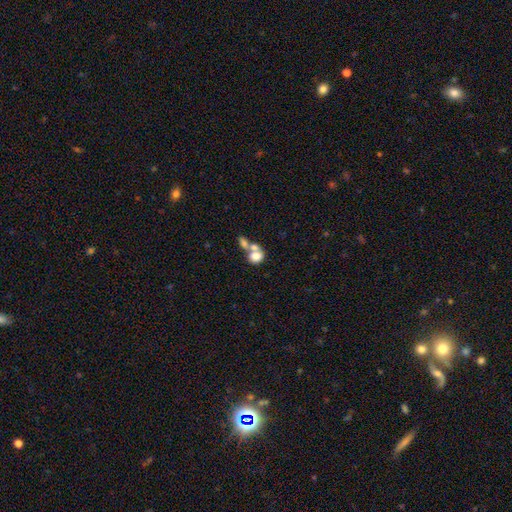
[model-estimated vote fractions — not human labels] This is likely a smooth galaxy (72%). How rounded: possibly in between (52%). Merging: likely merger (65%).